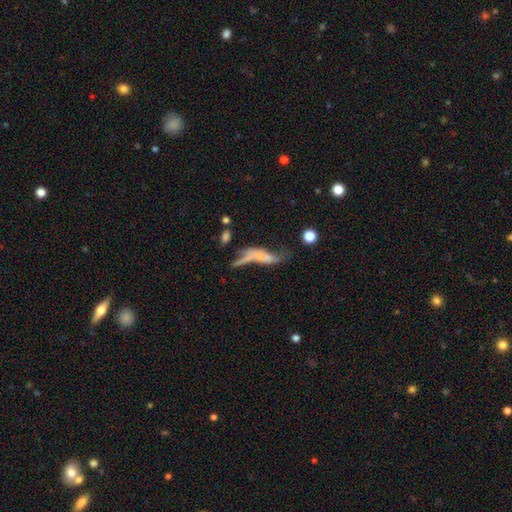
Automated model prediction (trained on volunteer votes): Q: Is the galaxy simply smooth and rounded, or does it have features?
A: featured or disk — 45%.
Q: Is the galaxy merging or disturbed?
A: merger — 32%.